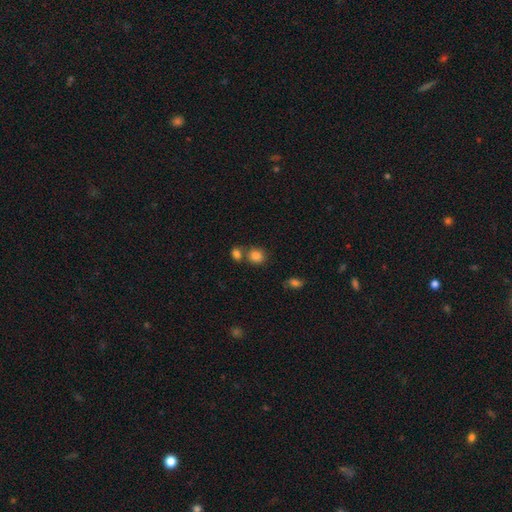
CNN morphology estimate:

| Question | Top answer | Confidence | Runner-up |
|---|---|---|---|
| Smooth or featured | smooth | 84% | star or artifact (10%) |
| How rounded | round | 71% | in between (28%) |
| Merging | none | 58% | merger (28%) |